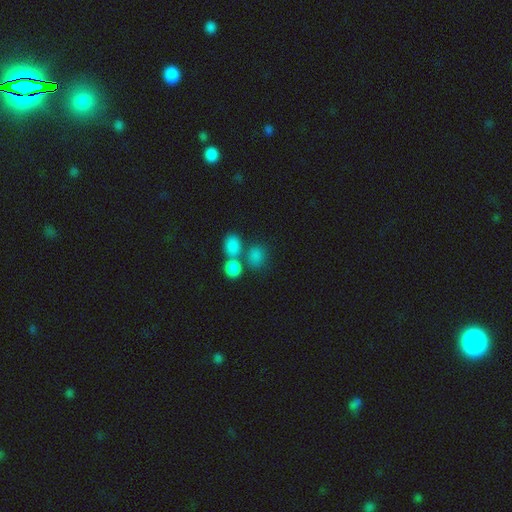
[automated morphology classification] Q: Smooth or featured?
A: smooth (80%); runner-up: star or artifact (12%)
Q: How rounded?
A: round (58%); runner-up: in between (40%)
Q: Merging?
A: none (49%); runner-up: merger (36%)